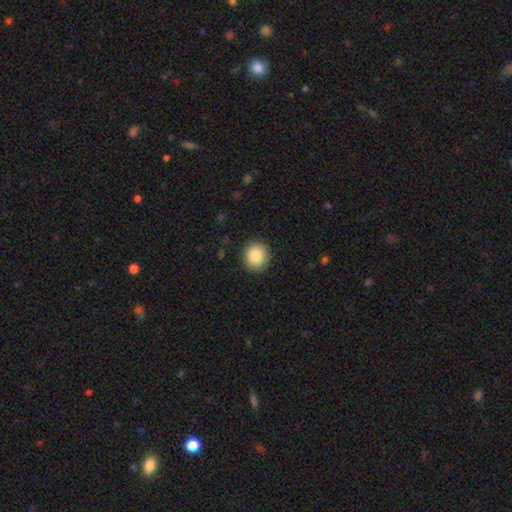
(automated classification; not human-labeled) This is clearly a smooth galaxy (86%). How rounded: clearly round (87%). Merging: clearly none (91%).